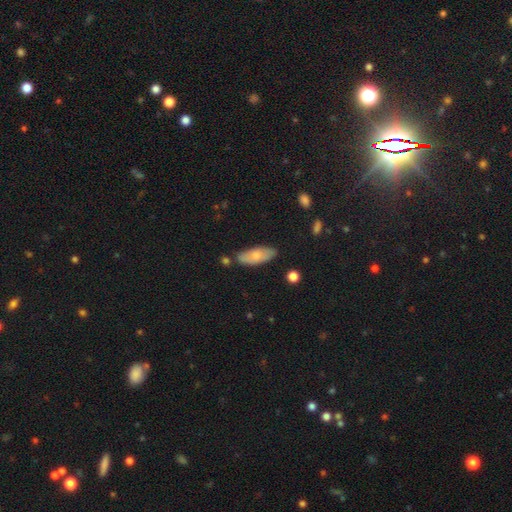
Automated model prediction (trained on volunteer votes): Smooth or featured? Predicted: smooth (p=0.71). How rounded? Predicted: in between (p=0.75). Merging? Predicted: none (p=0.76).